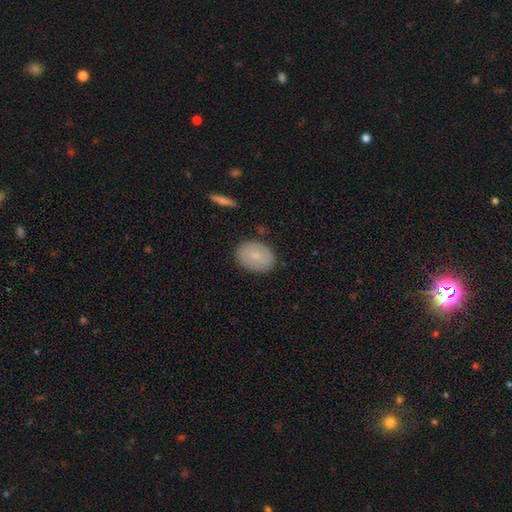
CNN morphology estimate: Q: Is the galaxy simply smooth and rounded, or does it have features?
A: smooth — 73%.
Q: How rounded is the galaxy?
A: in between — 66%.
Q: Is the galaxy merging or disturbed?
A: none — 85%.